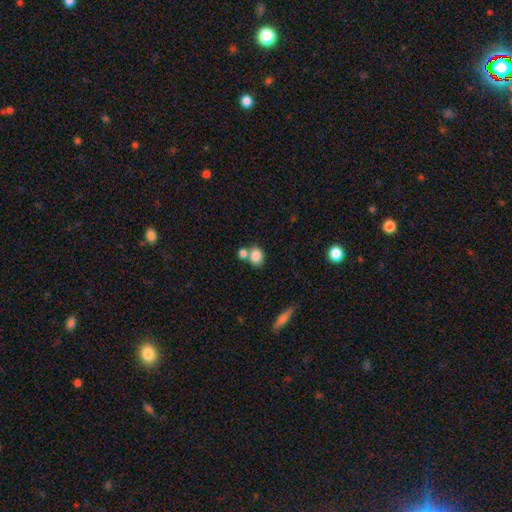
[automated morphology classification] This appears to be a smooth galaxy with no disk features (83%) that is round (57%). Merging: none (49%).